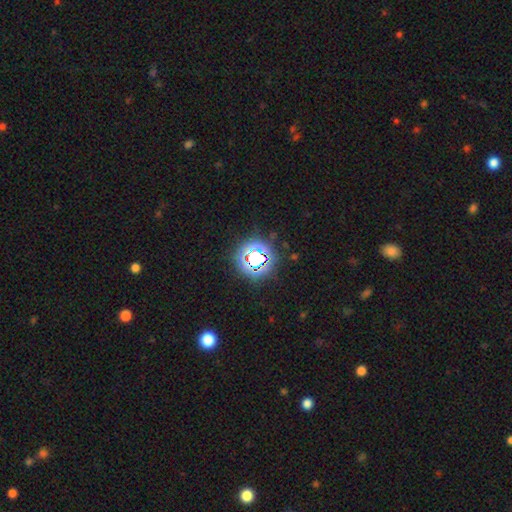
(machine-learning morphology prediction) A star or artifact, not a galaxy (67%).

Vote fractions:
- Smooth or featured? star or artifact: 67% / smooth: 23% / featured or disk: 11%